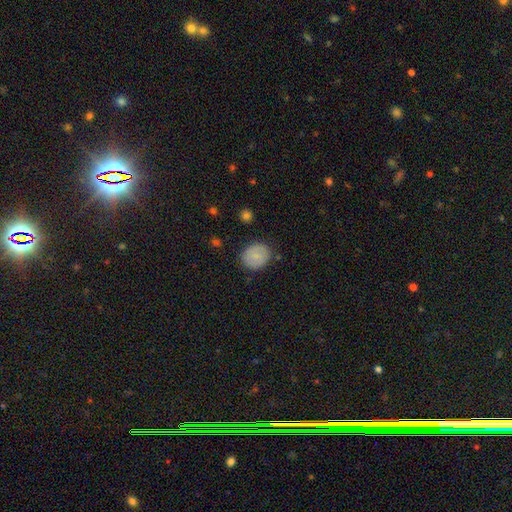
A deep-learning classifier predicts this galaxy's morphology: smooth-or-featured: smooth: 76% | featured or disk: 17% | star or artifact: 8%
  how-rounded: round: 67% | in between: 33% | cigar-shaped: 1%
  merging: none: 83% | minor disturbance: 12% | major disturbance: 3% | merger: 2%